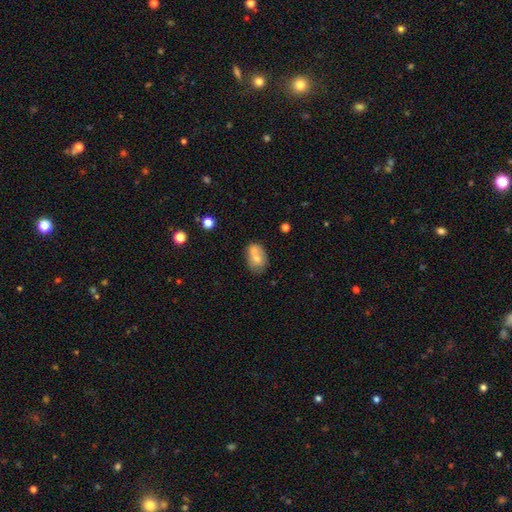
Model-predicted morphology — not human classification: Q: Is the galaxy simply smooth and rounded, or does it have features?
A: smooth — 64%.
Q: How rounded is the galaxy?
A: in between — 66%.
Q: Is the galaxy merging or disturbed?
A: merger — 53%.